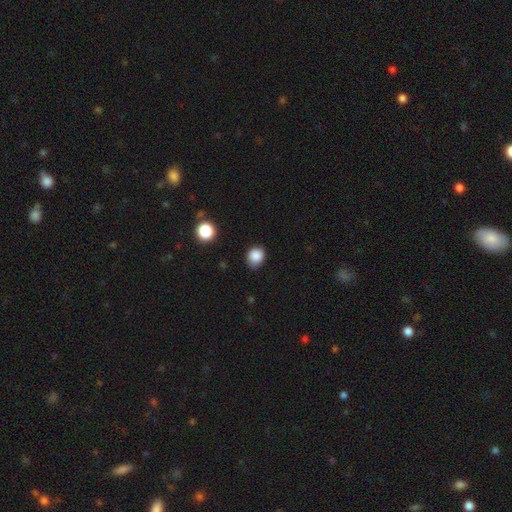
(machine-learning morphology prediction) smooth-or-featured: smooth: 86% | star or artifact: 10% | featured or disk: 4%
  how-rounded: round: 66% | in between: 33% | cigar-shaped: 1%
  merging: none: 76% | minor disturbance: 20% | major disturbance: 3% | merger: 2%